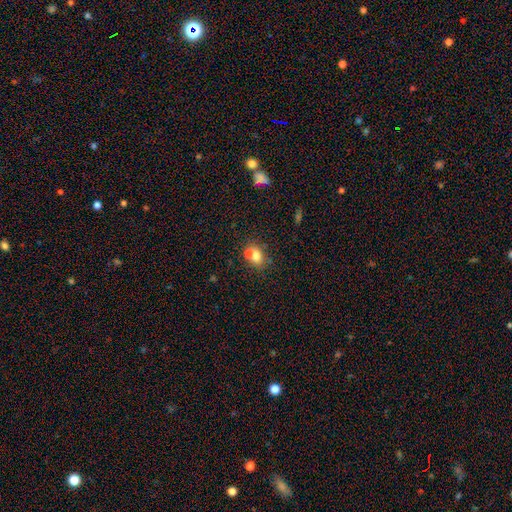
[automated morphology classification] smooth_or_featured: smooth (p=0.70) [alt: featured or disk p=0.18]
how_rounded: round (p=0.57) [alt: in between p=0.42]
merging: merger (p=0.52) [alt: none p=0.37]